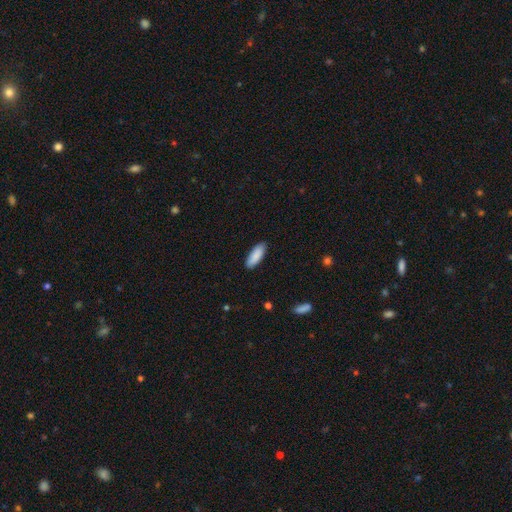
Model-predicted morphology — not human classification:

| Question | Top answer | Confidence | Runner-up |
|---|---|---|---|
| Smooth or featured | smooth | 89% | star or artifact (6%) |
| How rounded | in between | 68% | cigar-shaped (31%) |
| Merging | none | 89% | minor disturbance (8%) |